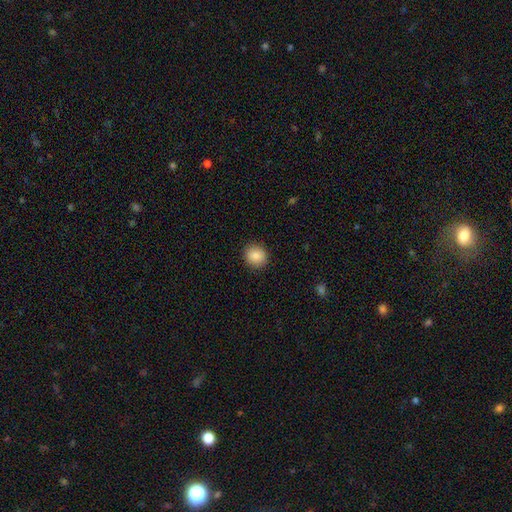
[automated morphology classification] Smooth or featured? Predicted: smooth (p=0.86). How rounded? Predicted: round (p=0.82). Merging? Predicted: none (p=0.90).